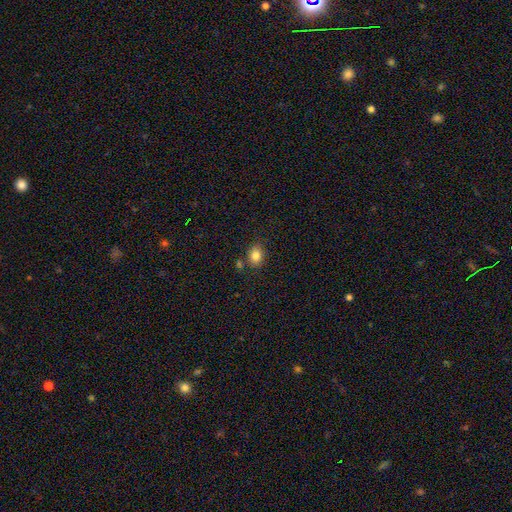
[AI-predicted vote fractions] Smooth or featured?
  - smooth: 83% *
  - star or artifact: 10%
  - featured or disk: 7%
How rounded?
  - in between: 58% *
  - round: 41%
  - cigar-shaped: 1%
Merging?
  - none: 76% *
  - minor disturbance: 13%
  - merger: 8%
  - major disturbance: 3%